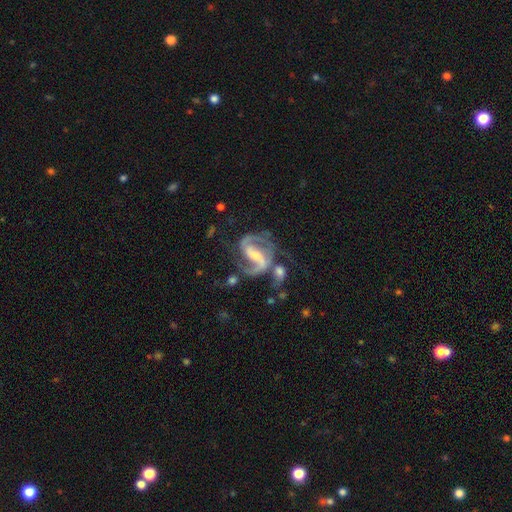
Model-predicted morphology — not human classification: Q: Smooth or featured?
A: featured or disk (91%); runner-up: star or artifact (5%)
Q: Edge-on disk?
A: no (98%); runner-up: yes (2%)
Q: Bar?
A: strong (51%); runner-up: weak (37%)
Q: Spiral arms?
A: yes (97%); runner-up: no (3%)
Q: Spiral winding?
A: medium (60%); runner-up: tight (20%)
Q: Spiral arm count?
A: 2 (89%); runner-up: 3 (4%)
Q: Bulge size?
A: moderate (46%); runner-up: small (40%)
Q: Merging?
A: none (50%); runner-up: minor disturbance (18%)